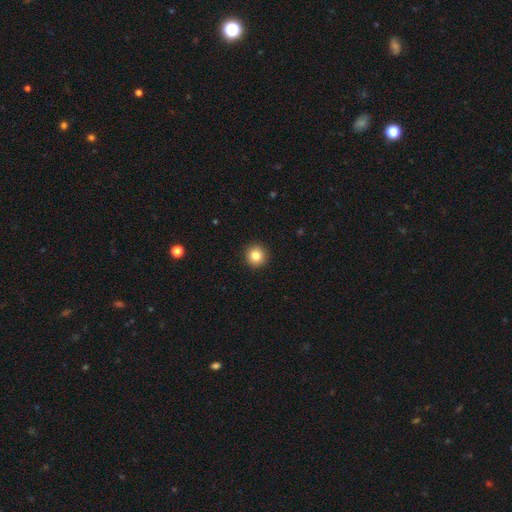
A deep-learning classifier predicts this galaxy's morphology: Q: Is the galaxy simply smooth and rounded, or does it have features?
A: smooth — 83%.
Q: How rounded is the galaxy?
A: round — 95%.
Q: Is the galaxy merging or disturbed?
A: none — 93%.